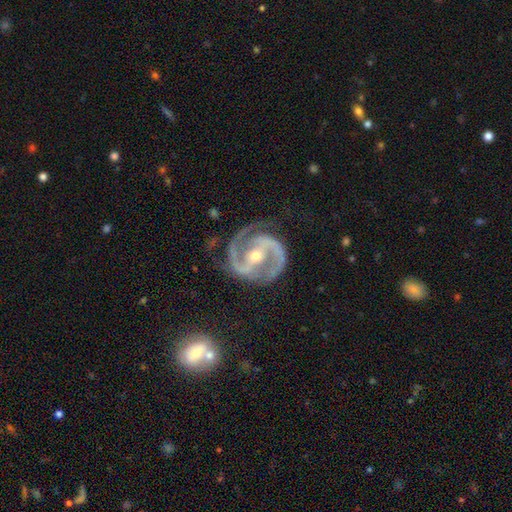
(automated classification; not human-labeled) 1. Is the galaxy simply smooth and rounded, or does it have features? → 94% featured or disk, 4% star or artifact, 2% smooth.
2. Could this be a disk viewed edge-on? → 98% no, 2% yes.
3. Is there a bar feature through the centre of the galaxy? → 57% strong, 26% weak, 17% no.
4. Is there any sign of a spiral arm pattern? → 98% yes, 2% no.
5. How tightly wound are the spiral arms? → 54% medium, 37% tight, 9% loose.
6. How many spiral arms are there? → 92% 2, 2% 3, 2% can't tell, 1% 1, 1% 4, 1% more than 4.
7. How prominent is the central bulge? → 53% moderate, 44% small, 1% large, 1% none, 1% dominant.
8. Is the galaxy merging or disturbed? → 76% none, 16% minor disturbance, 6% major disturbance, 2% merger.